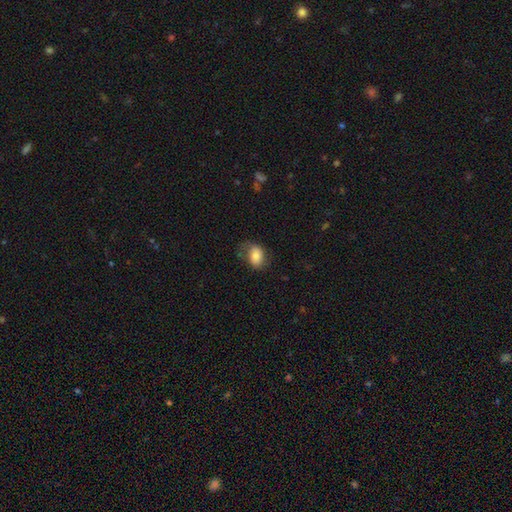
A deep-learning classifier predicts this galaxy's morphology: Smooth or featured? Predicted: smooth (p=0.77). How rounded? Predicted: in between (p=0.75). Merging? Predicted: none (p=0.58).